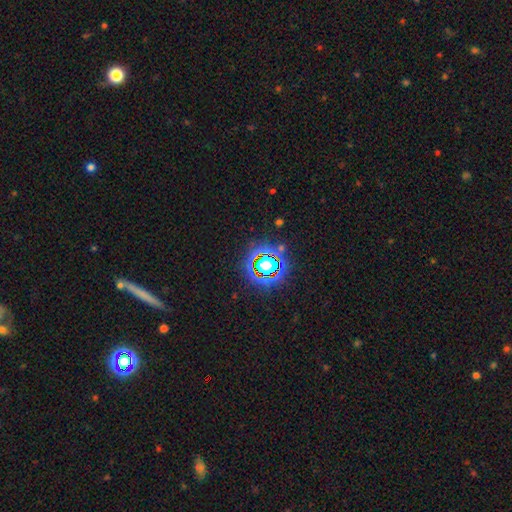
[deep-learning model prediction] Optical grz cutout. It shows a star or artifact, not a galaxy (72%).